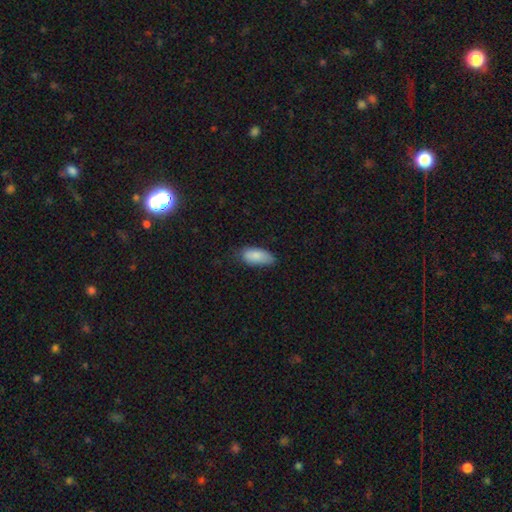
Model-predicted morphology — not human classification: A smooth galaxy with no disk features (86%) that is in between round and cigar-shaped (88%). Merging: none (66%).